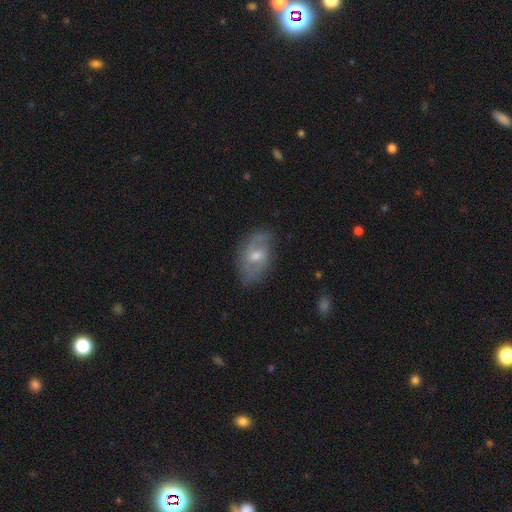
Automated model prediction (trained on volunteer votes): featured or disk 67%, smooth 26%, star or artifact 7%. Down the decision tree: edge-on disk — no (95%); bar — weak (54%); spiral arms — yes (83%); spiral arm count — 2 (70%); spiral winding — medium (44%); bulge size — moderate (59%); merging — none (73%).